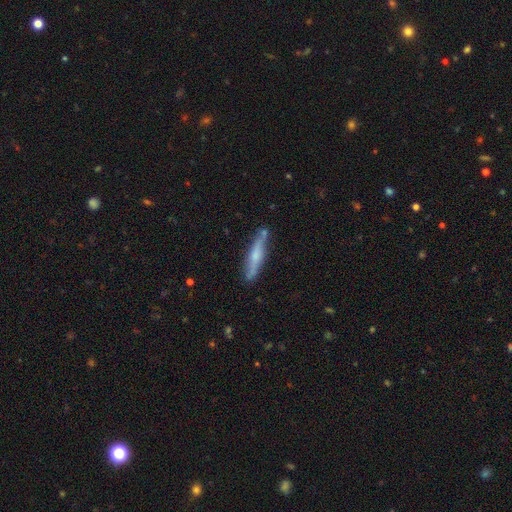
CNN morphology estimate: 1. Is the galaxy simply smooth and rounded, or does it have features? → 49% featured or disk, 45% smooth, 6% star or artifact.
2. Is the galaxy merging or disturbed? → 77% none, 15% minor disturbance, 5% merger, 3% major disturbance.